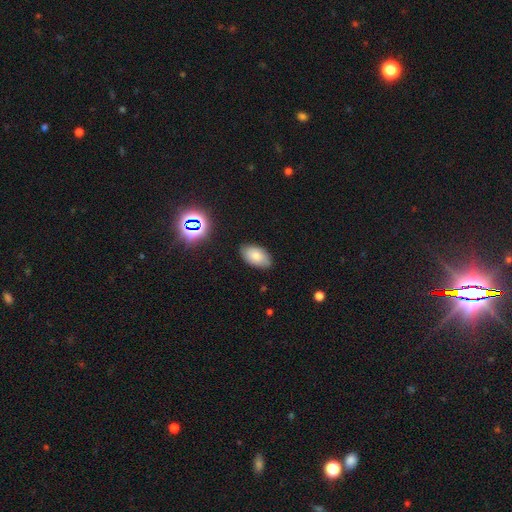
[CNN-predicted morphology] This appears to be a smooth galaxy with no disk features (80%) that is in between round and cigar-shaped (93%). Merging: none (84%).